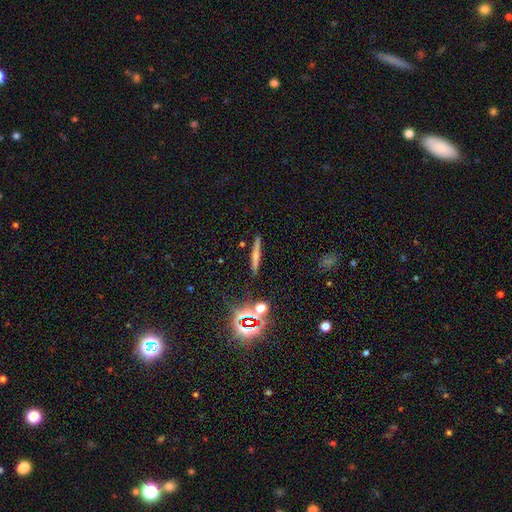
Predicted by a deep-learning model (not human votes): This is possibly a smooth galaxy (53%). How rounded: clearly cigar-shaped (92%). Merging: clearly none (86%).